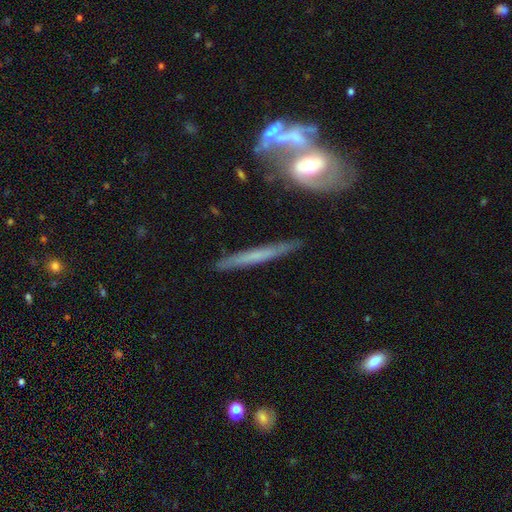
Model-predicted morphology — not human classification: Smooth or featured: featured or disk — 55% (smooth — 37%)
Edge-on disk: yes — 83% (no — 17%)
Merging: none — 80% (minor disturbance — 11%)